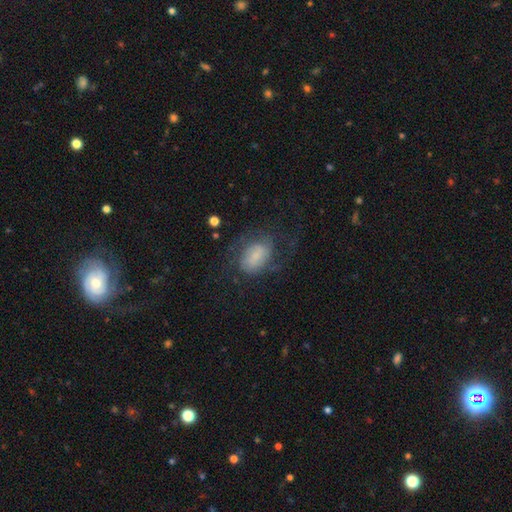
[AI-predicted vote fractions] Overall: featured or disk (54%; smooth 36%). Edge-on disk: no (97%). Bar: no (49%; weak 41%). Spiral arms: yes (82%). Bulge size: small (43%; none 21%). Merging: none (54%; major disturbance 25%).